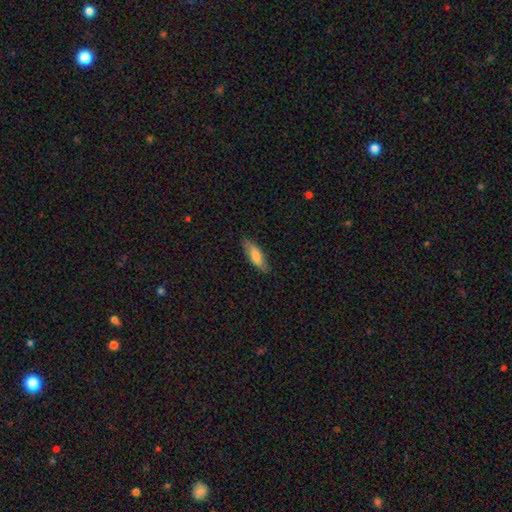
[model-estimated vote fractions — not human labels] This is likely a smooth galaxy (72%). How rounded: possibly in between (52%). Merging: clearly none (82%).